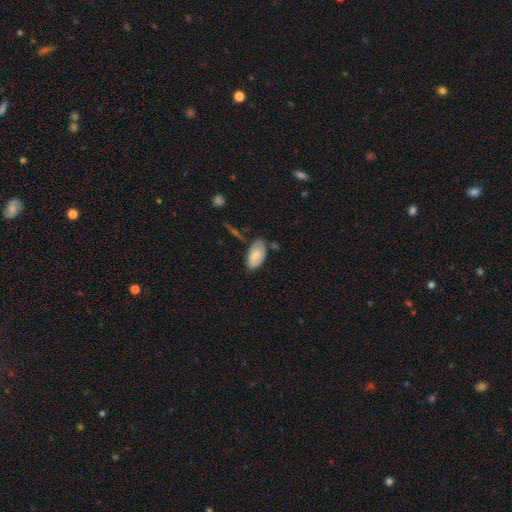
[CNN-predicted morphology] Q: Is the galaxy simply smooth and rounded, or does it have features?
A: smooth — 69%.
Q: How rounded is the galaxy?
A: in between — 94%.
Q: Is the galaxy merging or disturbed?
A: none — 65%.